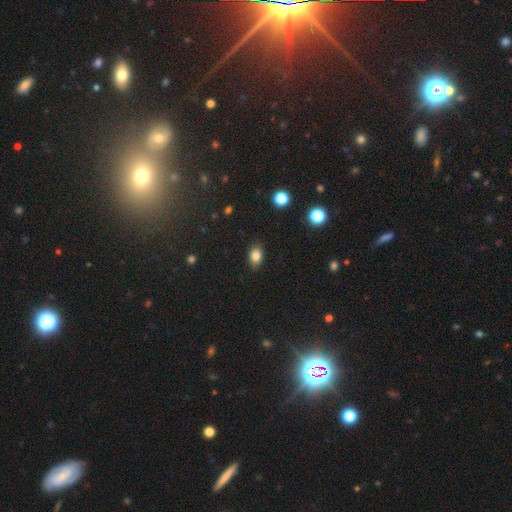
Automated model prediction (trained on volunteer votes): Smooth or featured?
  - smooth: 85% *
  - star or artifact: 10%
  - featured or disk: 6%
How rounded?
  - in between: 83% *
  - round: 16%
  - cigar-shaped: 2%
Merging?
  - none: 87% *
  - minor disturbance: 10%
  - major disturbance: 2%
  - merger: 1%